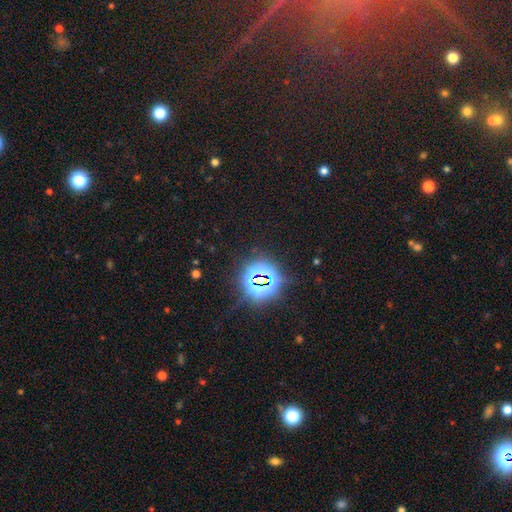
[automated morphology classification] Overall: star or artifact (81%).